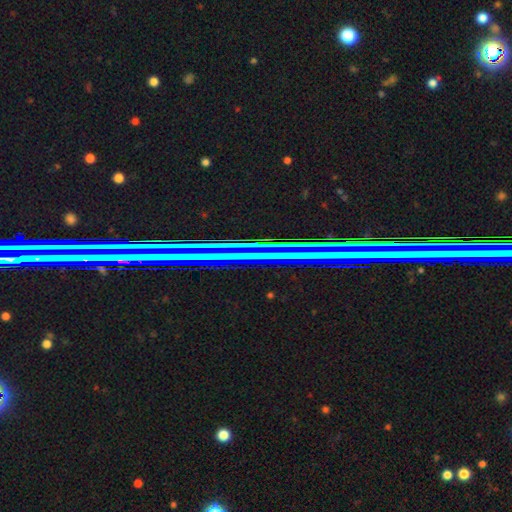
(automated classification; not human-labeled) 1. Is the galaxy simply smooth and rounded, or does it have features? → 73% star or artifact, 17% featured or disk, 9% smooth.